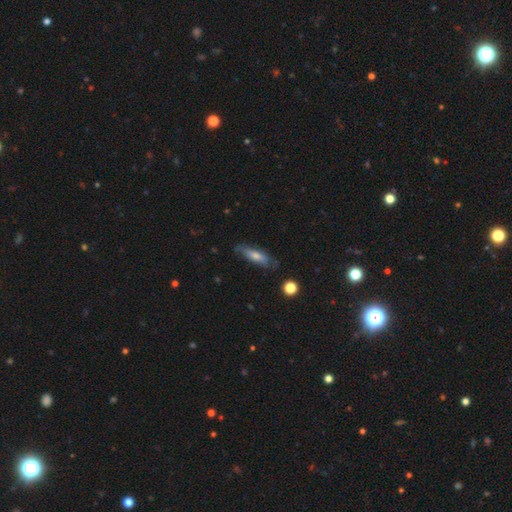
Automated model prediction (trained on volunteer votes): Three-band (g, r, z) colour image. It shows a smooth galaxy with no disk features (53%) that is cigar-shaped (64%). Merging: none (77%).